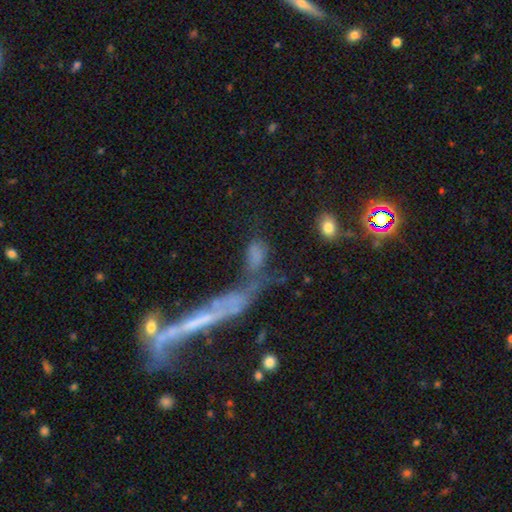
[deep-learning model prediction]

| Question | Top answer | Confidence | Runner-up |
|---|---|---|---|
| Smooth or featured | smooth | 61% | featured or disk (25%) |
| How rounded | in between | 57% | cigar-shaped (33%) |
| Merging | merger | 39% | none (26%) |